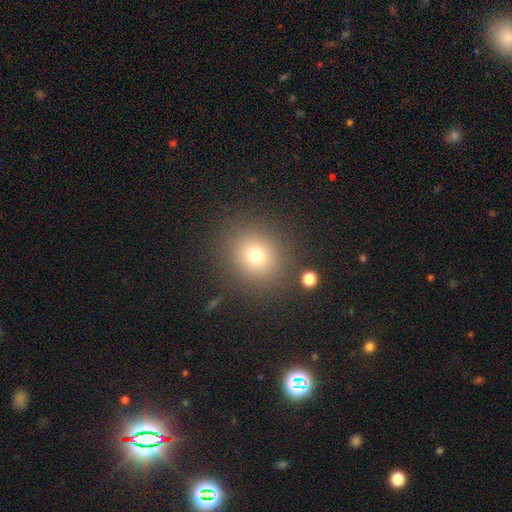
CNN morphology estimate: smooth_or_featured: smooth (p=0.73) [alt: star or artifact p=0.17]
how_rounded: round (p=0.83) [alt: in between p=0.16]
merging: none (p=0.87) [alt: minor disturbance p=0.07]